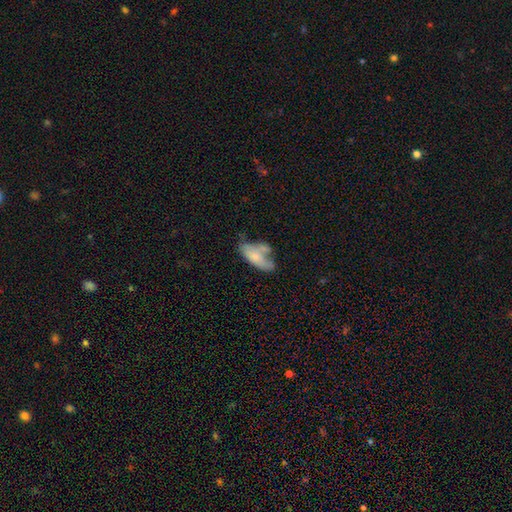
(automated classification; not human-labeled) This appears to be a smooth galaxy with no disk features (61%) that is in between round and cigar-shaped (84%). Merging: merger (32%).